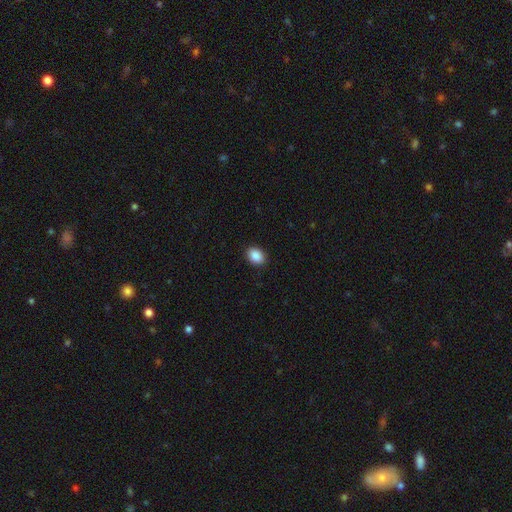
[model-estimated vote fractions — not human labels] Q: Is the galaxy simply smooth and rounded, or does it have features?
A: smooth — 90%.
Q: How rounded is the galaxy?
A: in between — 73%.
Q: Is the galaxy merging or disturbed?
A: none — 89%.